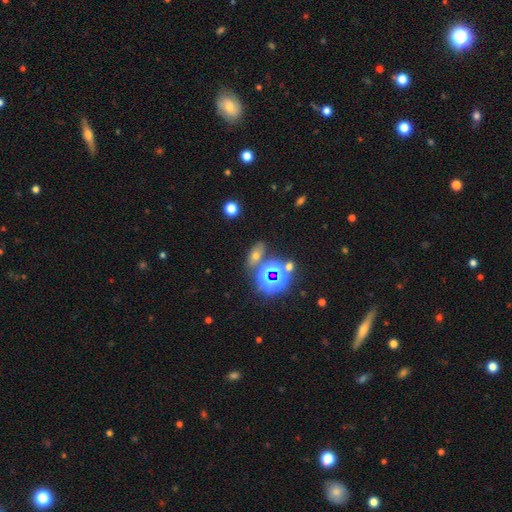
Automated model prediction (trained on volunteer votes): This is possibly a smooth galaxy (46%). Merging: likely none (74%).